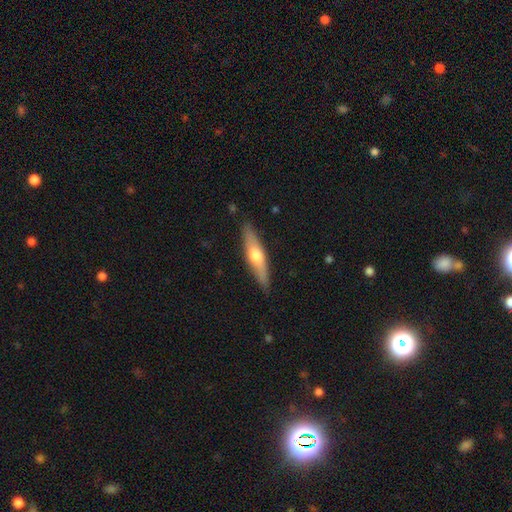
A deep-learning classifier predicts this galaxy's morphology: smooth-or-featured: featured or disk: 50% | smooth: 45% | star or artifact: 5%
  merging: none: 88% | minor disturbance: 9% | major disturbance: 2% | merger: 1%